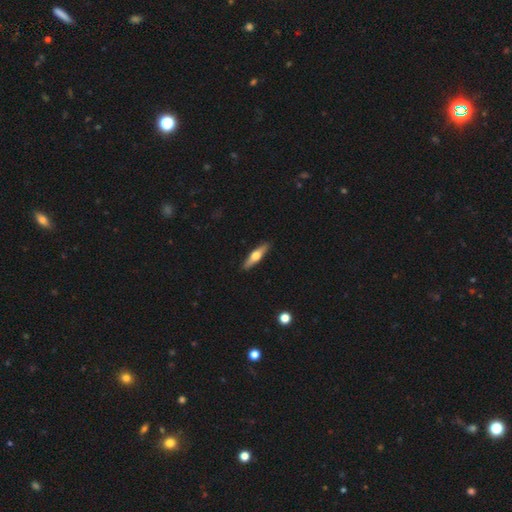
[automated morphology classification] smooth-or-featured: featured or disk: 55% | smooth: 39% | star or artifact: 5%
  disk-edge-on: yes: 94% | no: 6%
    edge-on-bulge: rounded: 94% | boxy: 3% | none: 3%
  merging: none: 91% | minor disturbance: 6% | major disturbance: 1% | merger: 1%